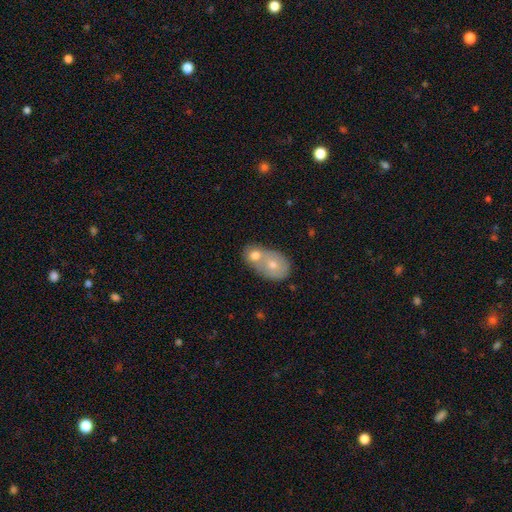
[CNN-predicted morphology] The model was most divided on "how rounded": in between: 56%, round: 42%, cigar-shaped: 2%. More confident: merging — merger (74%); smooth or featured — smooth (63%).